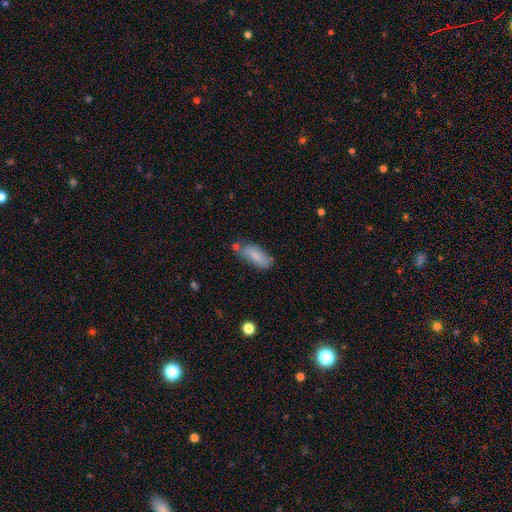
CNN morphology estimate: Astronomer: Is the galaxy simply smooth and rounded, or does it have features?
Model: smooth — 83%.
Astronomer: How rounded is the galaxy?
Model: in between — 72%.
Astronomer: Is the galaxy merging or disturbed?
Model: none — 65%.